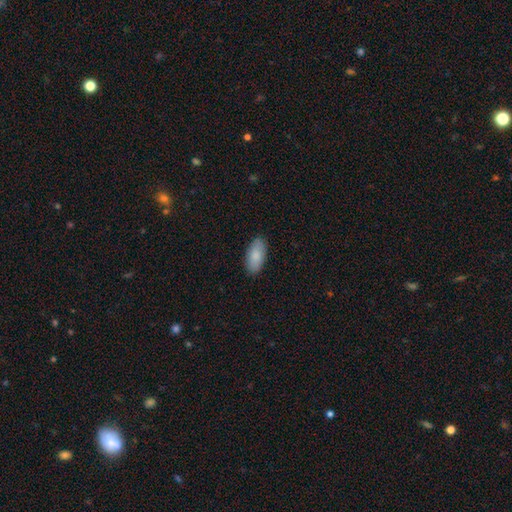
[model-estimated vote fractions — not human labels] Q: Smooth or featured?
A: smooth (86%); runner-up: featured or disk (8%)
Q: How rounded?
A: in between (91%); runner-up: cigar-shaped (7%)
Q: Merging?
A: none (88%); runner-up: minor disturbance (9%)